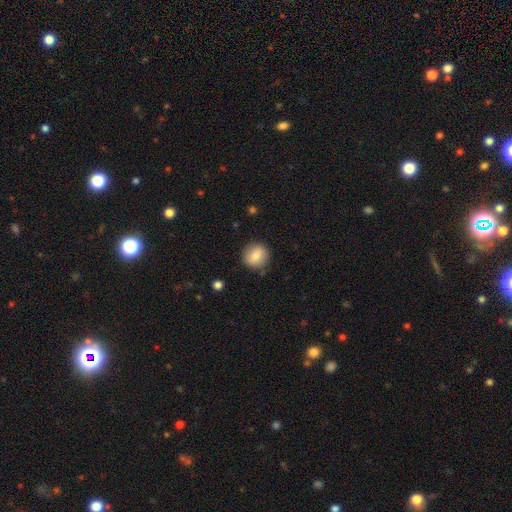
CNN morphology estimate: Q: Smooth or featured?
A: smooth (79%); runner-up: featured or disk (13%)
Q: How rounded?
A: round (90%); runner-up: in between (9%)
Q: Merging?
A: none (86%); runner-up: minor disturbance (10%)